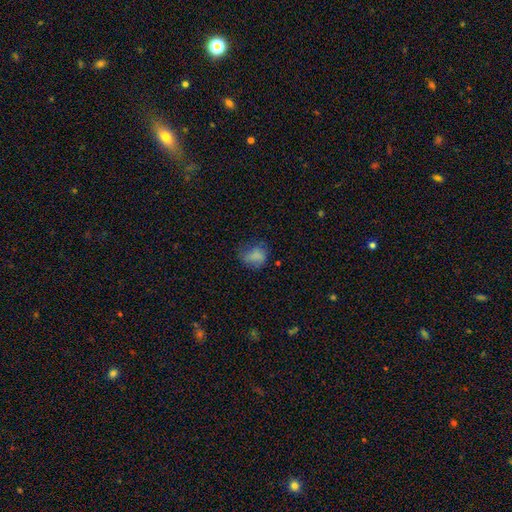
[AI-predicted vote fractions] smooth_or_featured: smooth (p=0.76) [alt: featured or disk p=0.12]
how_rounded: in between (p=0.52) [alt: round p=0.47]
merging: none (p=0.50) [alt: minor disturbance p=0.29]